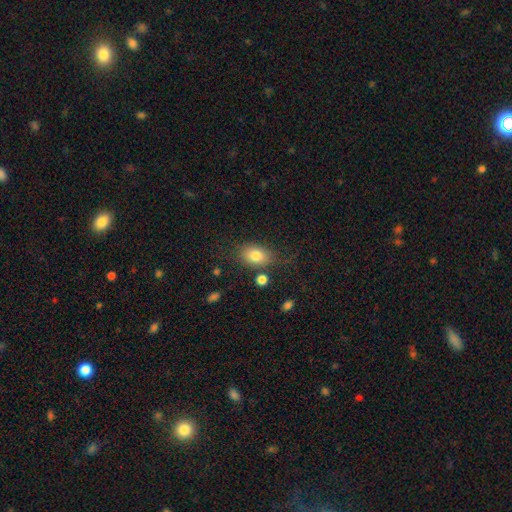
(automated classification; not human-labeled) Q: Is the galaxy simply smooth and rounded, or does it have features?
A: smooth — 80%.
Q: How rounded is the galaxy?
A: in between — 77%.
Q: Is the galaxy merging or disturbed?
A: none — 70%.